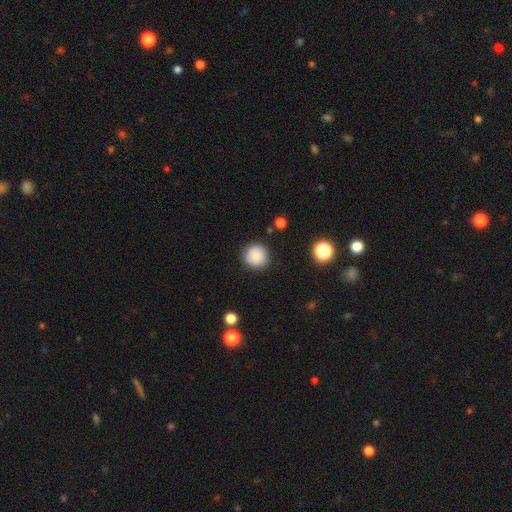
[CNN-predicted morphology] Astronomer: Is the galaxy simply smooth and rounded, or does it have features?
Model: smooth — 87%.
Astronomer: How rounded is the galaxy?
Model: round — 94%.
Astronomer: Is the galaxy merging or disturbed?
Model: none — 89%.